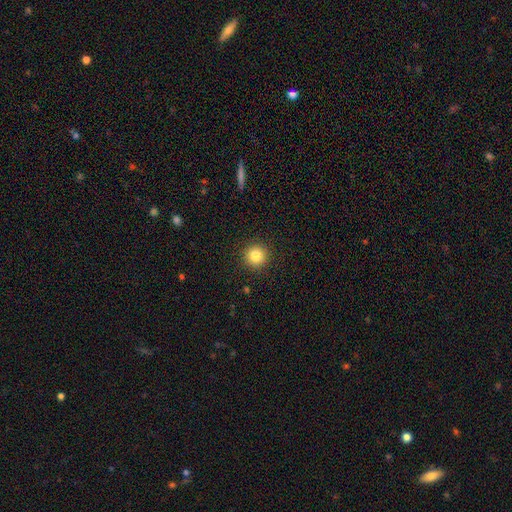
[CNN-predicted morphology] Smooth or featured? Predicted: smooth (p=0.84). How rounded? Predicted: round (p=0.95). Merging? Predicted: none (p=0.92).